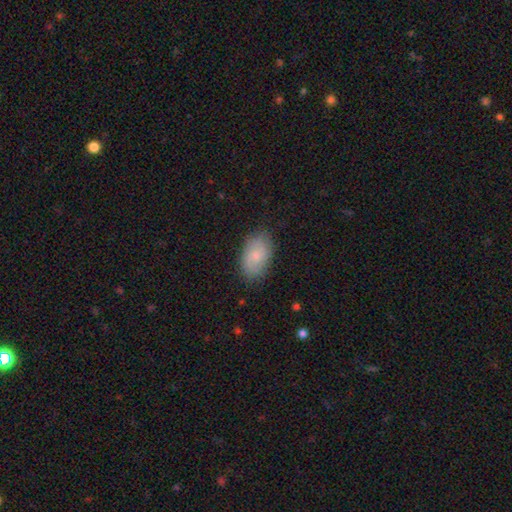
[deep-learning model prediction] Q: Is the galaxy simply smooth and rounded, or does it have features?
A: smooth — 67%.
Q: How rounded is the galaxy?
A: in between — 91%.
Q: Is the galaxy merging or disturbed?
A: none — 80%.